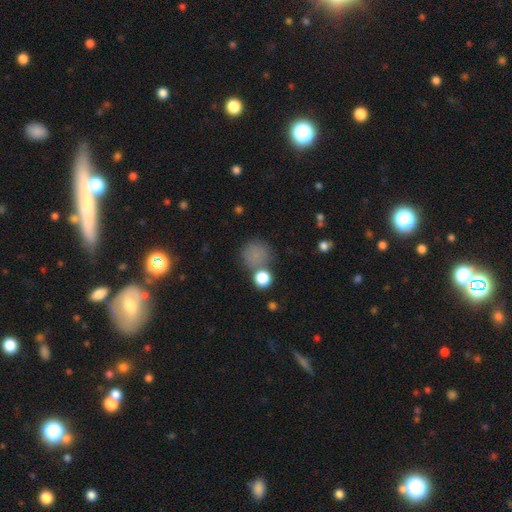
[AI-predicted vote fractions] smooth_or_featured: smooth (p=0.75) [alt: star or artifact p=0.17]
how_rounded: round (p=0.87) [alt: in between p=0.12]
merging: none (p=0.64) [alt: minor disturbance p=0.16]